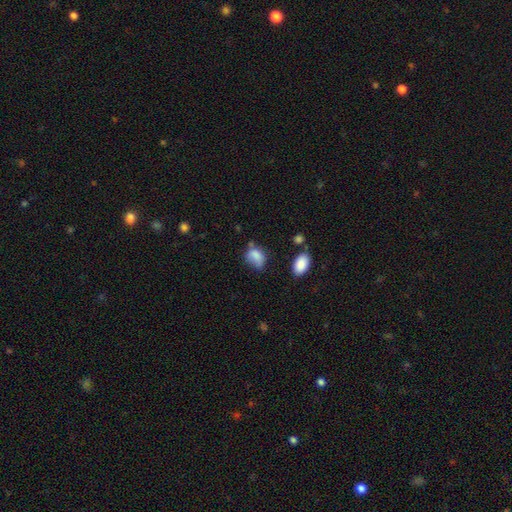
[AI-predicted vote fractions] Smooth or featured: smooth — 78% (featured or disk — 12%)
How rounded: in between — 73% (round — 25%)
Merging: minor disturbance — 36% (none — 34%)